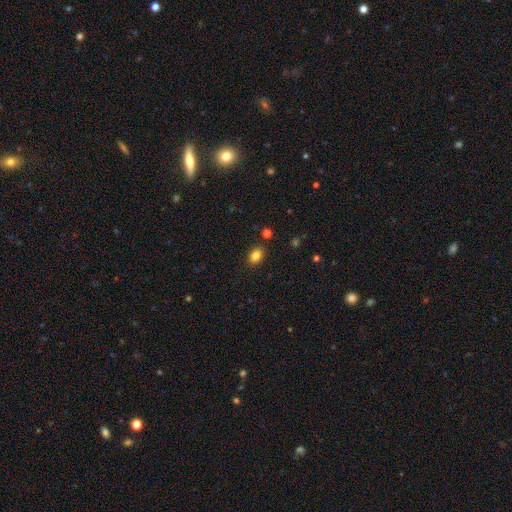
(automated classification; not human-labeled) A smooth galaxy with no disk features (83%) that is in between round and cigar-shaped (77%). Merging: none (86%).